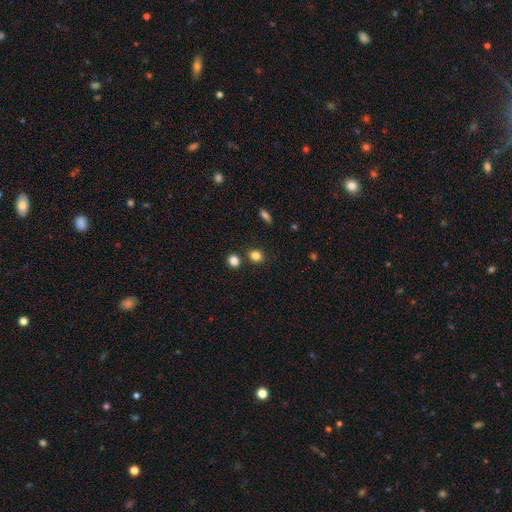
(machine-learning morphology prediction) This appears to be a smooth galaxy with no disk features (83%) that is round (75%). Merging: none (81%).